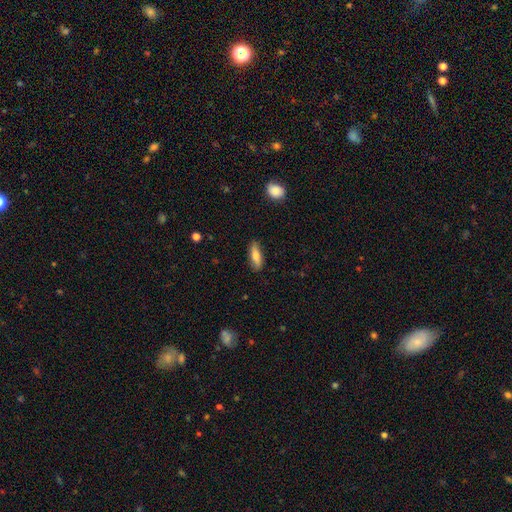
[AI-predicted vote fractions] smooth 76%, featured or disk 18%, star or artifact 6%. Down the decision tree: how rounded — in between (55%); merging — none (83%).